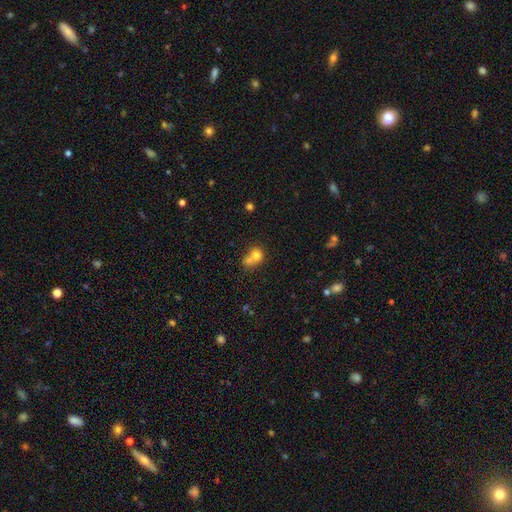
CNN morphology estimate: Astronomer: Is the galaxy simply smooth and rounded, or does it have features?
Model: smooth — 73%.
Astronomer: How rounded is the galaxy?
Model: round — 71%.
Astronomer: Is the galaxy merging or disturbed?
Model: merger — 64%.